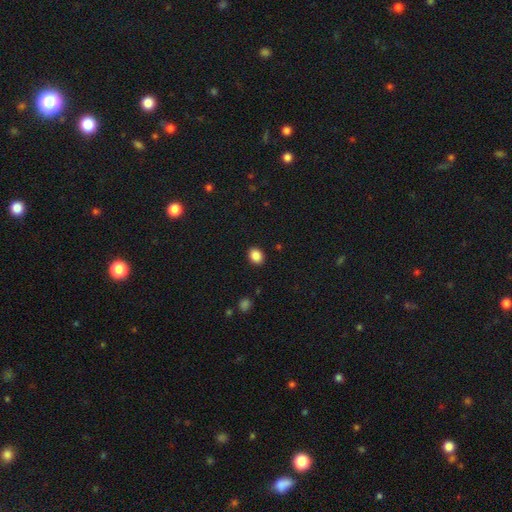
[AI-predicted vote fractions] The model was most divided on "how rounded": in between: 50%, round: 49%, cigar-shaped: 1%. More confident: merging — none (90%); smooth or featured — smooth (87%).